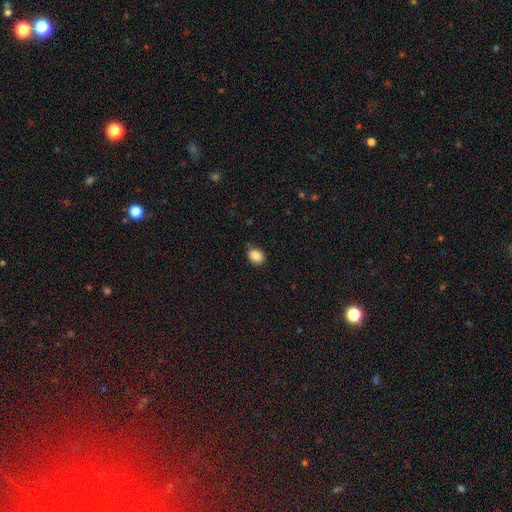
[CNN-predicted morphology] The model was most divided on "how rounded": in between: 69%, round: 30%, cigar-shaped: 1%. More confident: smooth or featured — smooth (88%); merging — none (79%).